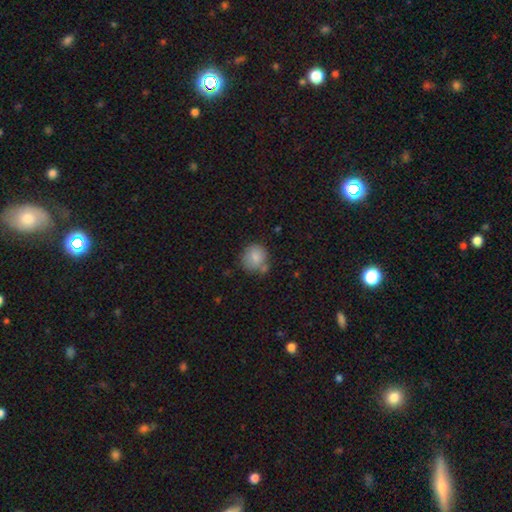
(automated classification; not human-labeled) Smooth or featured? smooth (79%)
How rounded? round (89%)
Merging? none (71%)